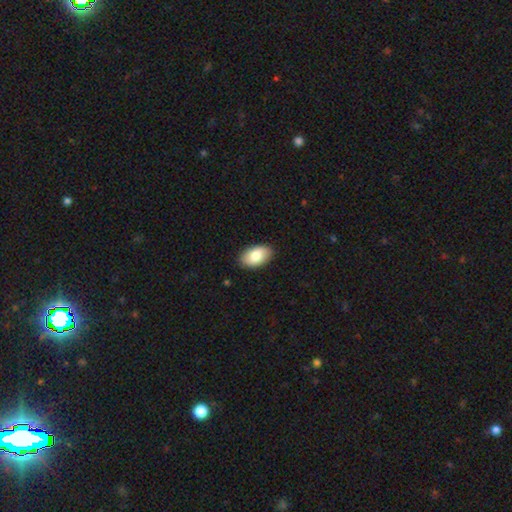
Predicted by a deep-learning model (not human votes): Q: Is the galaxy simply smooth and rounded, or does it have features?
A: smooth — 83%.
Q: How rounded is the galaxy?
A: in between — 94%.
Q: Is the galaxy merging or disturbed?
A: none — 89%.